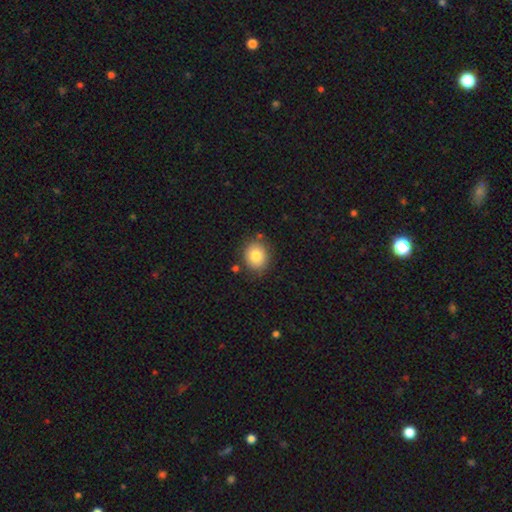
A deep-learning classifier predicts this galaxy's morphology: Smooth or featured: smooth — 82% (star or artifact — 9%)
How rounded: round — 75% (in between — 25%)
Merging: none — 82% (minor disturbance — 12%)